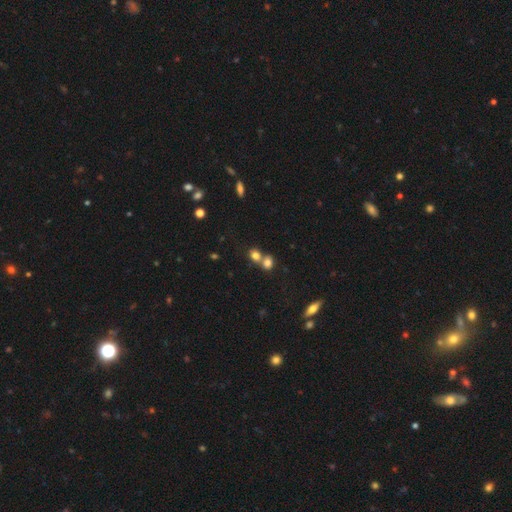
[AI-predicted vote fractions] This is likely a smooth galaxy (77%). How rounded: likely round (69%). Merging: possibly merger (54%).